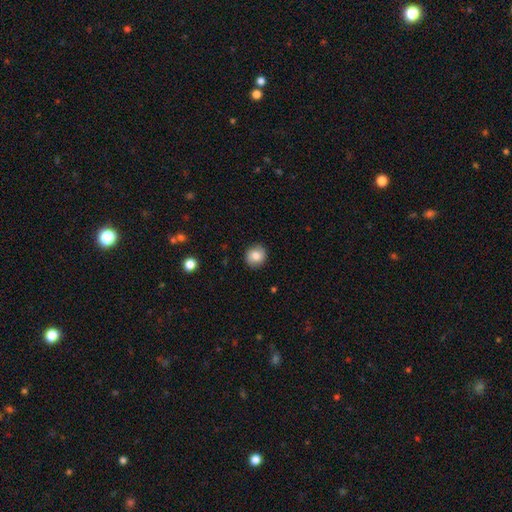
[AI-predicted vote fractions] smooth 80%, featured or disk 12%, star or artifact 9%. Down the decision tree: how rounded — round (84%); merging — none (88%).